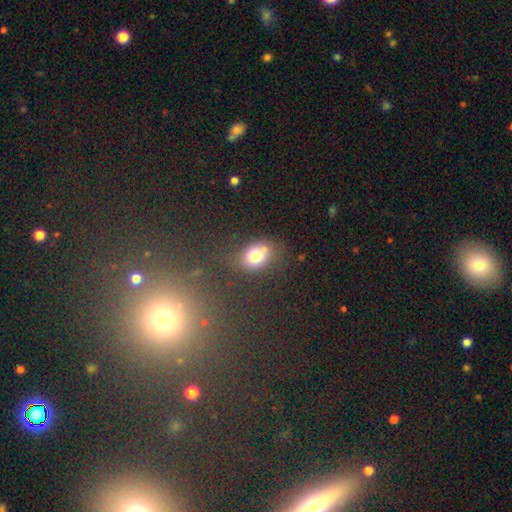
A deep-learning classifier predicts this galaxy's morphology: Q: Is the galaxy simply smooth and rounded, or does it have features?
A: smooth — 75%.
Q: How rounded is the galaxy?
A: in between — 53%.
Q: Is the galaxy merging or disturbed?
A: none — 59%.